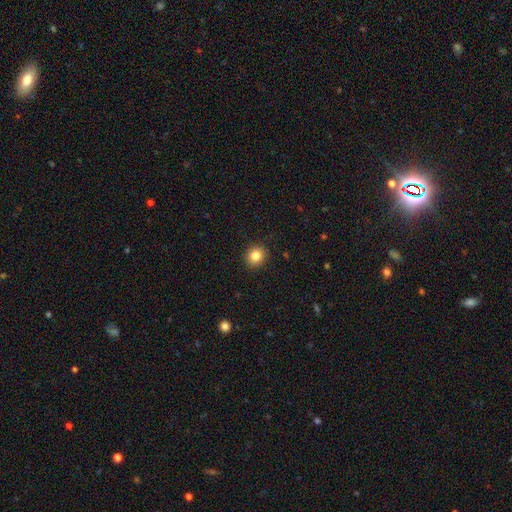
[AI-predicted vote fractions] Smooth or featured?
  - smooth: 84% *
  - star or artifact: 11%
  - featured or disk: 6%
How rounded?
  - round: 84% *
  - in between: 15%
  - cigar-shaped: 1%
Merging?
  - none: 92% *
  - minor disturbance: 6%
  - major disturbance: 2%
  - merger: 1%